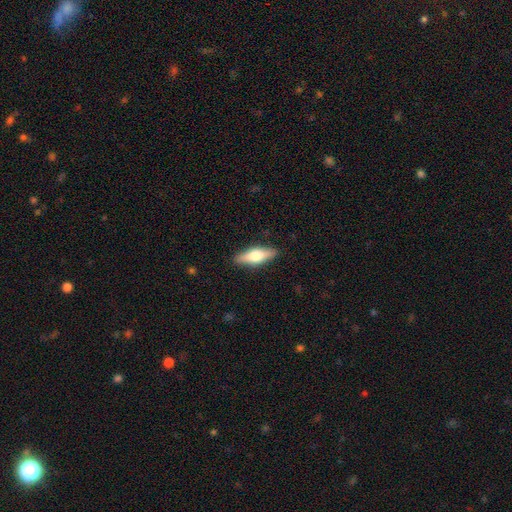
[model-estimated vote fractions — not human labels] Smooth or featured? Predicted: smooth (p=0.56). How rounded? Predicted: in between (p=0.54). Merging? Predicted: none (p=0.88).